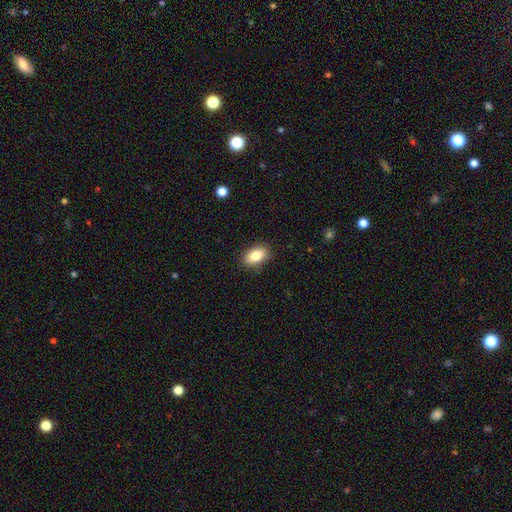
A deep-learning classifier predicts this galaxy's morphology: Smooth or featured? smooth (82%)
How rounded? in between (89%)
Merging? none (87%)